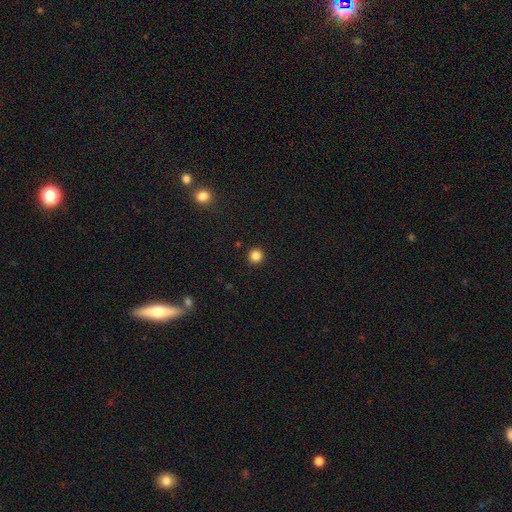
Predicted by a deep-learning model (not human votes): A smooth galaxy with no disk features (84%) that is round (95%).

Vote fractions:
- Smooth or featured? smooth: 84% / star or artifact: 12% / featured or disk: 4%
- How rounded? round: 95% / in between: 4% / cigar-shaped: 1%
- Merging? none: 93% / minor disturbance: 4% / major disturbance: 2% / merger: 1%